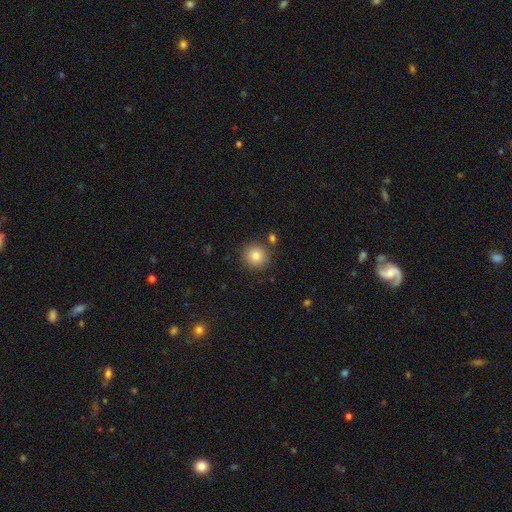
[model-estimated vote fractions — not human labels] A smooth galaxy with no disk features (83%) that is round (92%). Merging: none (84%).